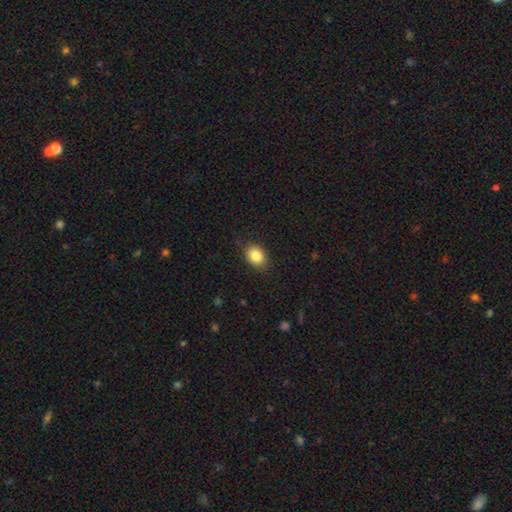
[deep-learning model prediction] This appears to be a smooth galaxy with no disk features (87%) that is in between round and cigar-shaped (72%). Merging: none (84%).